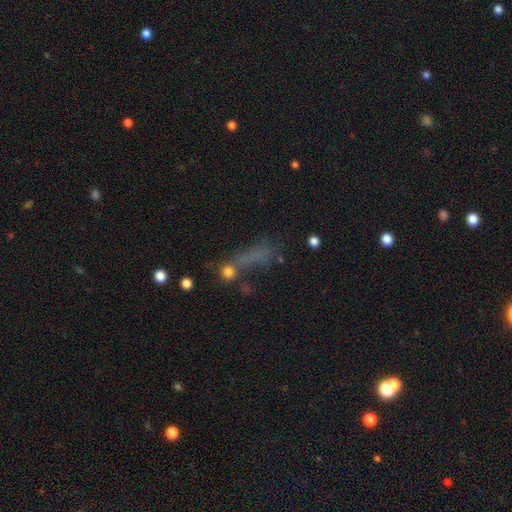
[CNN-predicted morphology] Overall: smooth (51%; star or artifact 27%). How rounded: cigar-shaped (44%; in between 37%). Merging: none (36%; major disturbance 30%).